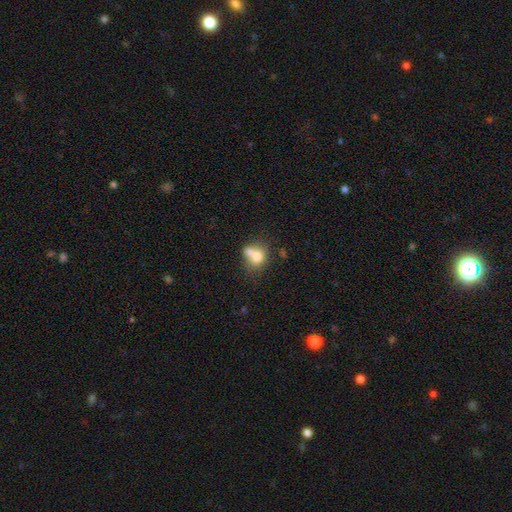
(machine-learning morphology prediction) Smooth or featured? smooth (70%)
How rounded? round (56%)
Merging? merger (58%)